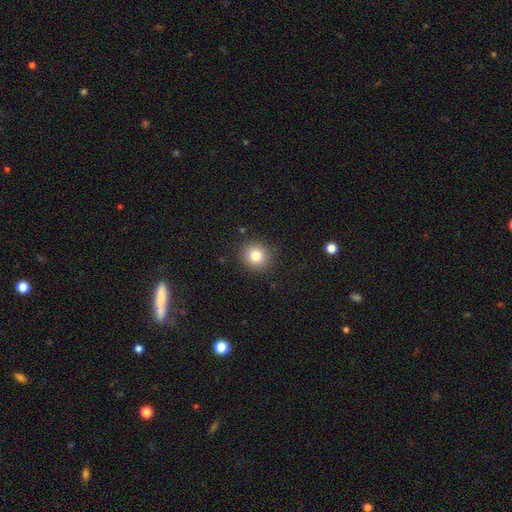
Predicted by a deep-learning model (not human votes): Q: Smooth or featured?
A: smooth (81%); runner-up: star or artifact (11%)
Q: How rounded?
A: round (88%); runner-up: in between (11%)
Q: Merging?
A: none (88%); runner-up: minor disturbance (8%)